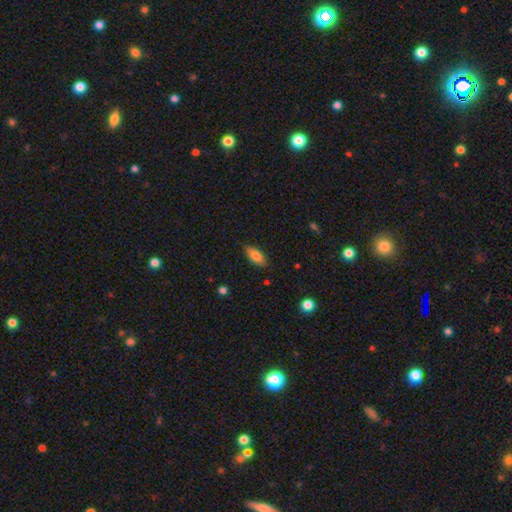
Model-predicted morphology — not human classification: This is clearly a smooth galaxy (81%). How rounded: clearly in between (84%). Merging: clearly none (86%).